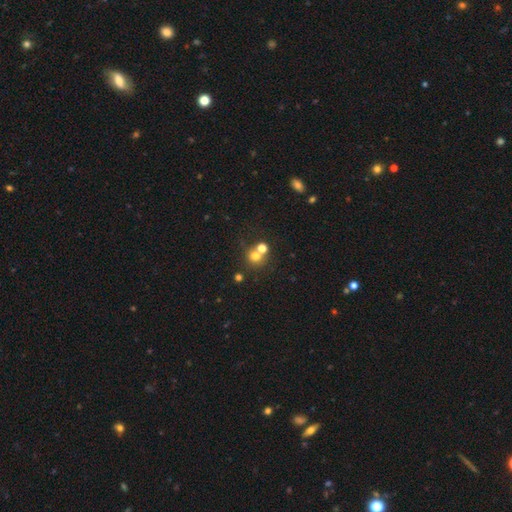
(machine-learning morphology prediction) smooth 69%, star or artifact 19%, featured or disk 13%. Down the decision tree: how rounded — round (87%); merging — none (53%).